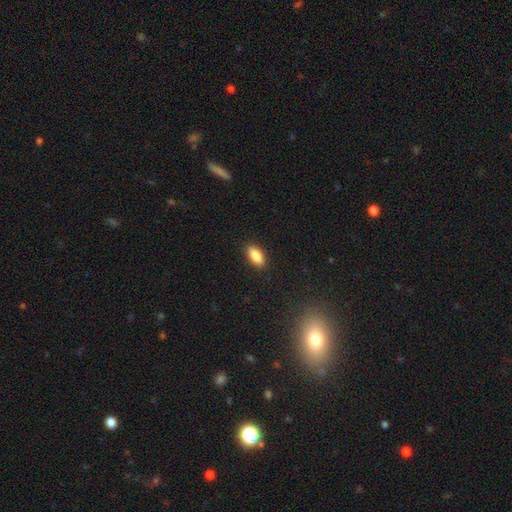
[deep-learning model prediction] Smooth or featured? smooth (86%)
How rounded? in between (89%)
Merging? none (89%)